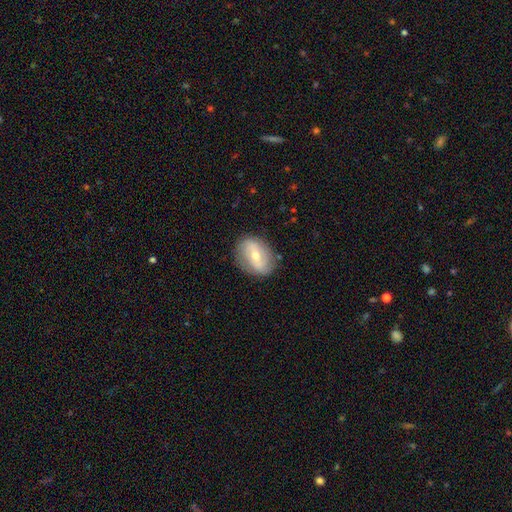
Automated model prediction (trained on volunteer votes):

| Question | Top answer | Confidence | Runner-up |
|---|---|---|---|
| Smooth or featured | featured or disk | 52% | smooth (41%) |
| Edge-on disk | no | 91% | yes (9%) |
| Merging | none | 81% | minor disturbance (13%) |